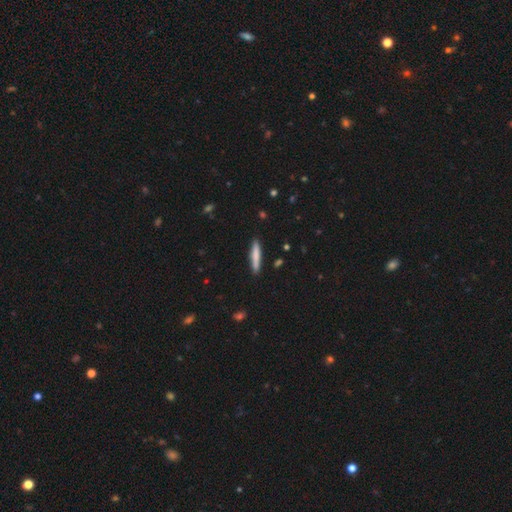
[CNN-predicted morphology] Smooth or featured?
  - smooth: 76% *
  - featured or disk: 19%
  - star or artifact: 6%
How rounded?
  - cigar-shaped: 92% *
  - in between: 7%
  - round: 1%
Merging?
  - none: 89% *
  - minor disturbance: 8%
  - merger: 2%
  - major disturbance: 2%